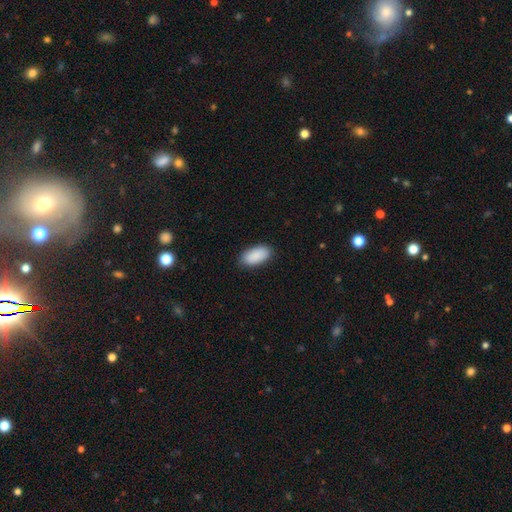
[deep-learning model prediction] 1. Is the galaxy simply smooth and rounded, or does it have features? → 90% smooth, 6% star or artifact, 4% featured or disk.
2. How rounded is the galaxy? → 94% in between, 4% cigar-shaped, 2% round.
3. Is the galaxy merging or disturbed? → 87% none, 10% minor disturbance, 2% major disturbance, 1% merger.